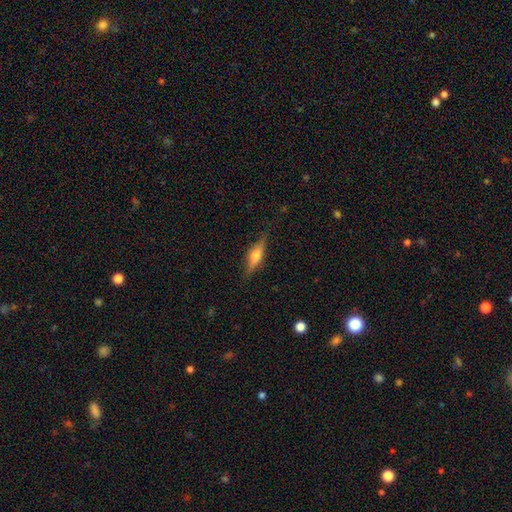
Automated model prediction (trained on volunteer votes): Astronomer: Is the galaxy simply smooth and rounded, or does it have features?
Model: featured or disk — 57% (runner-up: smooth, 35%).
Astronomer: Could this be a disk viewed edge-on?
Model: yes — 95%.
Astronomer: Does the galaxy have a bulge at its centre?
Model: rounded — 90%.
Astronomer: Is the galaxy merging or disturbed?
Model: none — 85%.